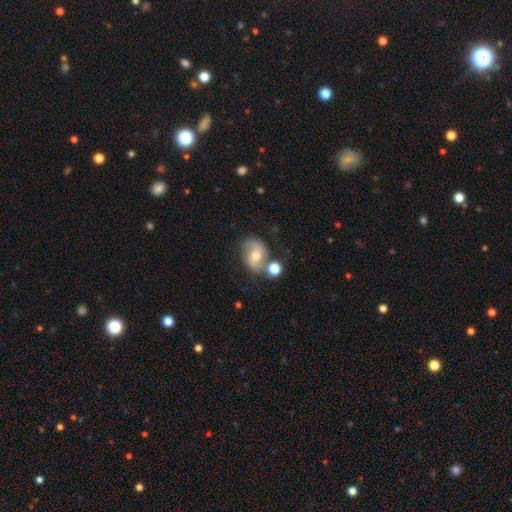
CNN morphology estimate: Smooth or featured: featured or disk — 60% (smooth — 30%)
Edge-on disk: no — 97% (yes — 3%)
Bar: no — 50% (weak — 40%)
Spiral arms: yes — 87% (no — 13%)
Spiral winding: loose — 46% (medium — 42%)
Spiral arm count: 2 — 89% (can't tell — 5%)
Bulge size: moderate — 65% (small — 23%)
Merging: none — 63% (minor disturbance — 17%)